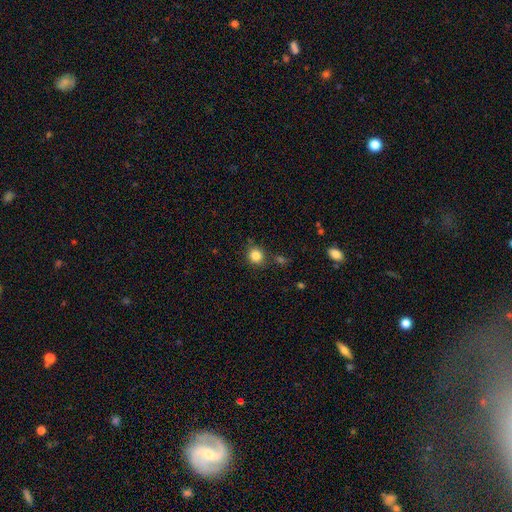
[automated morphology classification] This appears to be a smooth galaxy with no disk features (84%) that is round (83%). Merging: none (79%).